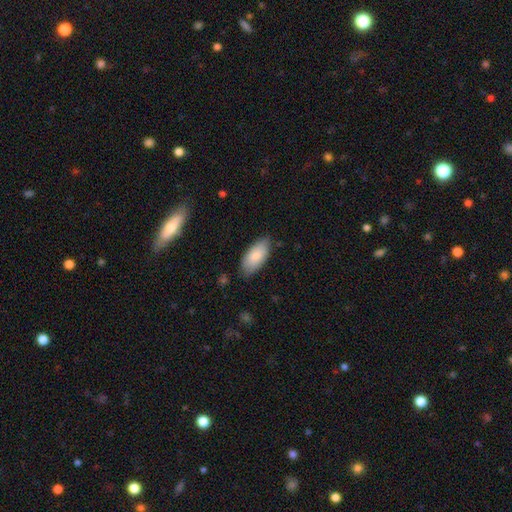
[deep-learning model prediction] Overall: smooth (83%). How rounded: in between (92%). Merging: none (77%).